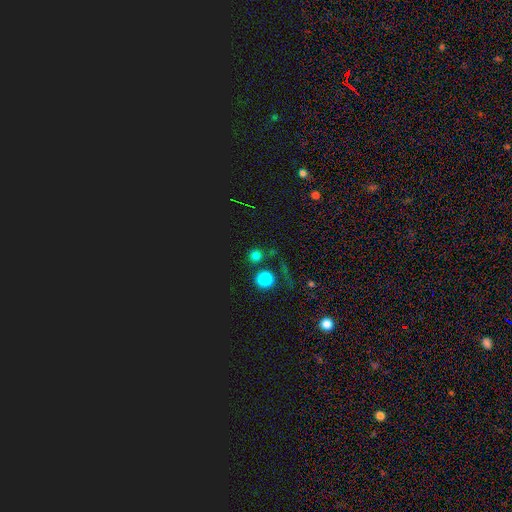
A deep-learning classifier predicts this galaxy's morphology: Smooth or featured: smooth — 68% (star or artifact — 27%)
How rounded: round — 92% (in between — 6%)
Merging: none — 80% (merger — 9%)